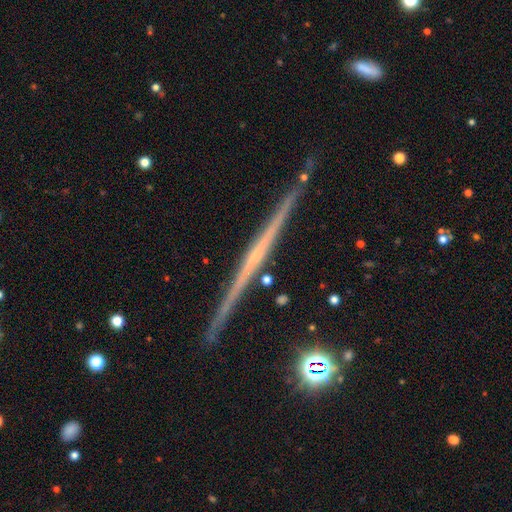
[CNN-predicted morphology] A featured or disk galaxy (79%) viewed edge-on (98%) with no central bulge (71%). Merging: none (89%).